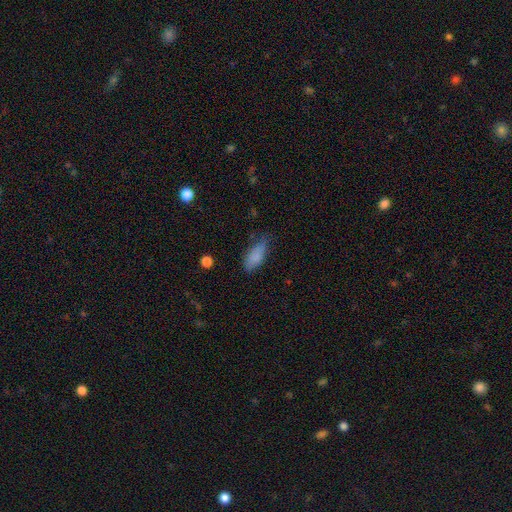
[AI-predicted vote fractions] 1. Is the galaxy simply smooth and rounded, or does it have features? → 84% smooth, 8% featured or disk, 8% star or artifact.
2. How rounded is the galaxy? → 79% in between, 19% cigar-shaped, 2% round.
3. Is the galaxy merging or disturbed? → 63% none, 28% minor disturbance, 7% major disturbance, 2% merger.